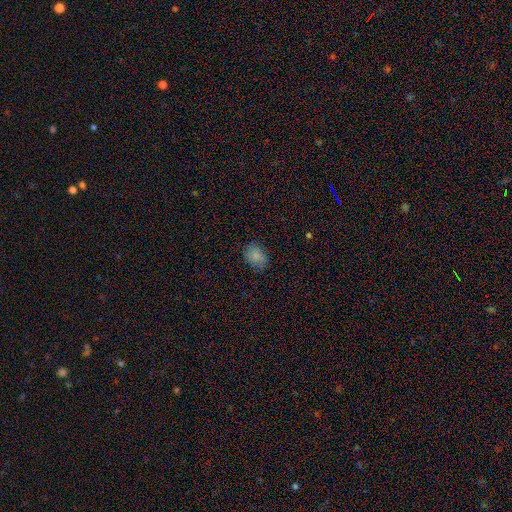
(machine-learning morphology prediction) type=smooth (84%); roundness=in between (70%); merging=none (78%).